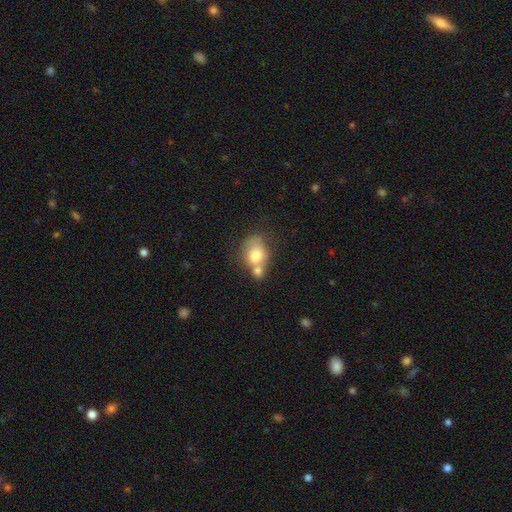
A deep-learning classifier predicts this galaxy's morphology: This is likely a smooth galaxy (70%). How rounded: possibly round (50%). Merging: possibly merger (57%).